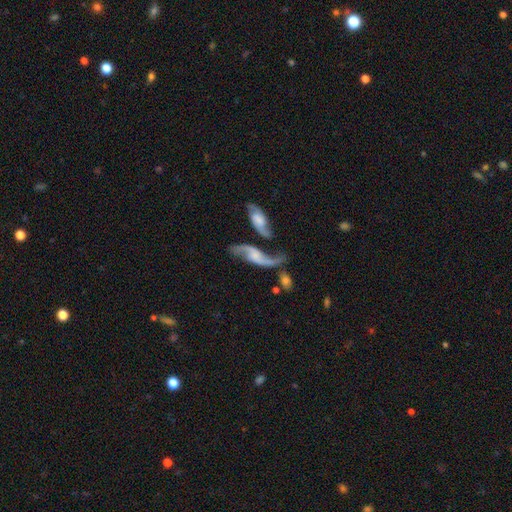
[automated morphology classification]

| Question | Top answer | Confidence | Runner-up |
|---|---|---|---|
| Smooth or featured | featured or disk | 82% | smooth (12%) |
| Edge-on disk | no | 90% | yes (10%) |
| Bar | no | 53% | weak (37%) |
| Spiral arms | yes | 94% | no (6%) |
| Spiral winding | loose | 83% | medium (13%) |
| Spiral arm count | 2 | 91% | 1 (3%) |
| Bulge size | none | 37% | small (31%) |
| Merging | none | 42% | merger (27%) |